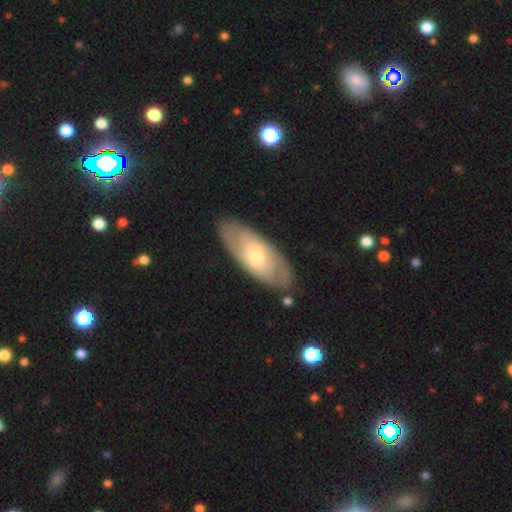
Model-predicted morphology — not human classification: featured or disk 58%, smooth 37%, star or artifact 5%. Down the decision tree: edge-on disk — no (84%); merging — none (82%).